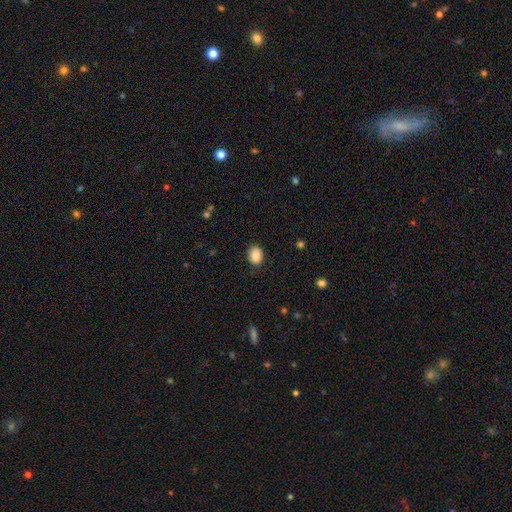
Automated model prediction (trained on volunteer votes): Morphology: type=smooth (88%); roundness=in between (67%); merging=none (83%).